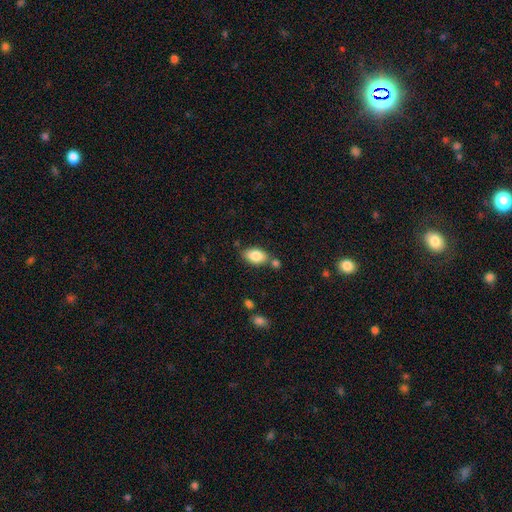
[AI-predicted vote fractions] Smooth or featured: smooth — 83% (featured or disk — 10%)
How rounded: in between — 92% (round — 6%)
Merging: none — 70% (minor disturbance — 14%)